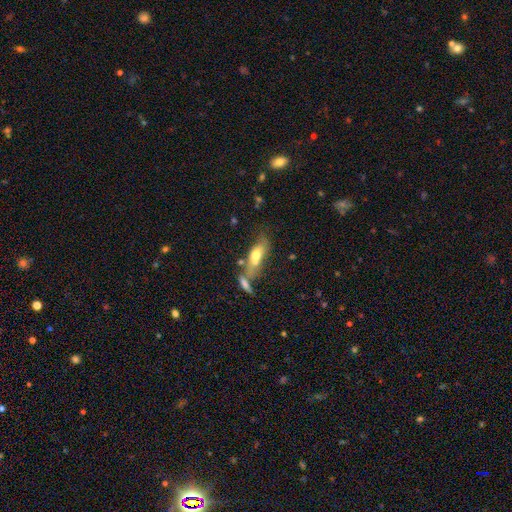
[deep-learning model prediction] A smooth galaxy with no disk features (61%) that is in between round and cigar-shaped (68%).

Vote fractions:
- Smooth or featured? smooth: 61% / featured or disk: 31% / star or artifact: 8%
- How rounded? in between: 68% / cigar-shaped: 28% / round: 4%
- Merging? none: 38% / merger: 35% / minor disturbance: 17% / major disturbance: 10%